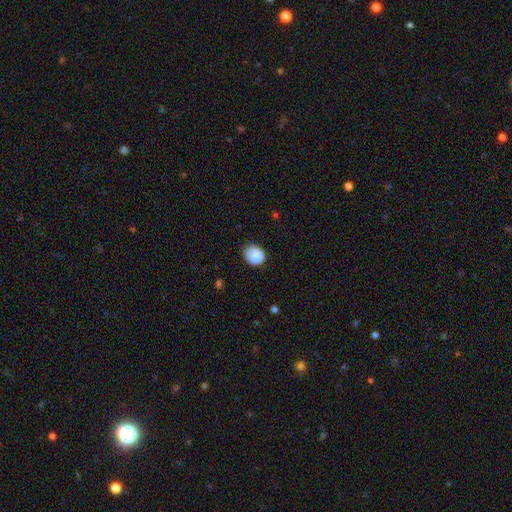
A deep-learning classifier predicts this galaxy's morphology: Q: Smooth or featured?
A: smooth (87%); runner-up: star or artifact (8%)
Q: How rounded?
A: round (67%); runner-up: in between (32%)
Q: Merging?
A: none (76%); runner-up: minor disturbance (19%)